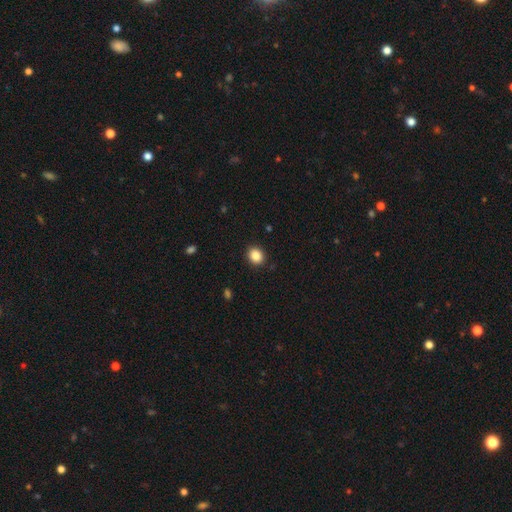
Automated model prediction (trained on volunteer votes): This appears to be a smooth galaxy with no disk features (87%) that is round (64%). Merging: none (90%).